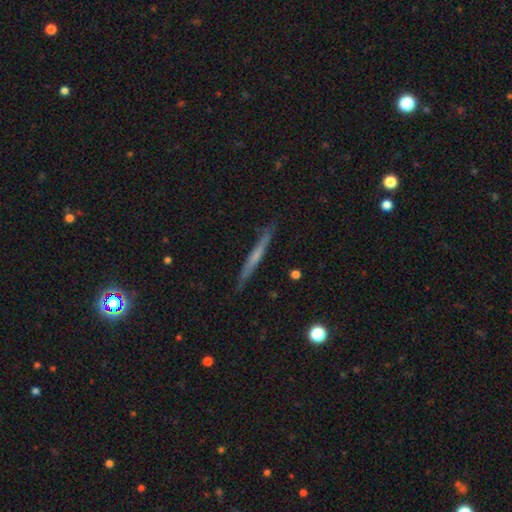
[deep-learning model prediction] smooth_or_featured: featured or disk (p=0.52) [alt: smooth p=0.41]
disk_edge_on: yes (p=0.96) [alt: no p=0.04]
edge_on_bulge: none (p=0.72) [alt: rounded p=0.21]
merging: none (p=0.88) [alt: minor disturbance p=0.09]